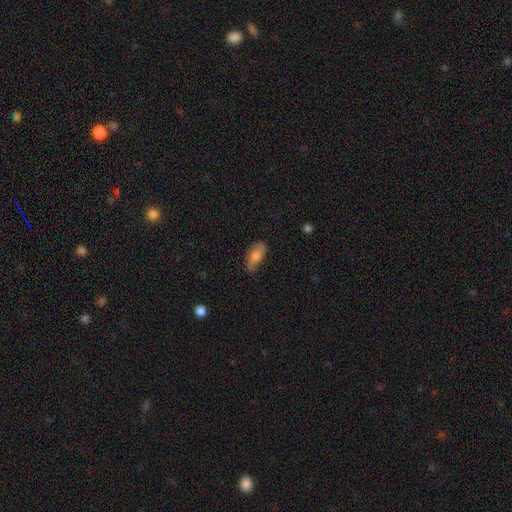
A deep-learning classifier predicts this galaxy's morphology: type=smooth (80%); roundness=in between (84%); merging=none (67%).